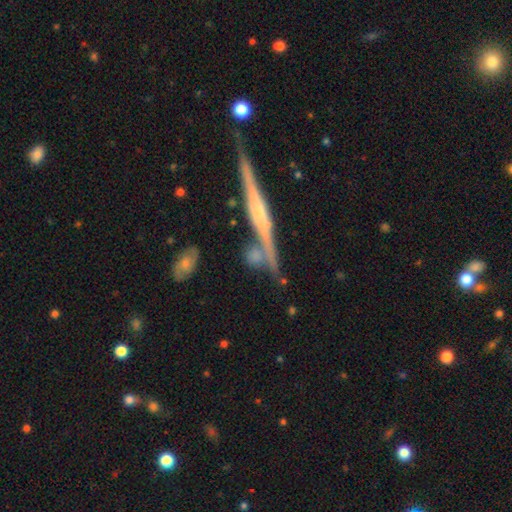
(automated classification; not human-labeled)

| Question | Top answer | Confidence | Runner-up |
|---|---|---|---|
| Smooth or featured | smooth | 55% | featured or disk (33%) |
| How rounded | cigar-shaped | 39% | round (38%) |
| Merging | none | 54% | merger (23%) |